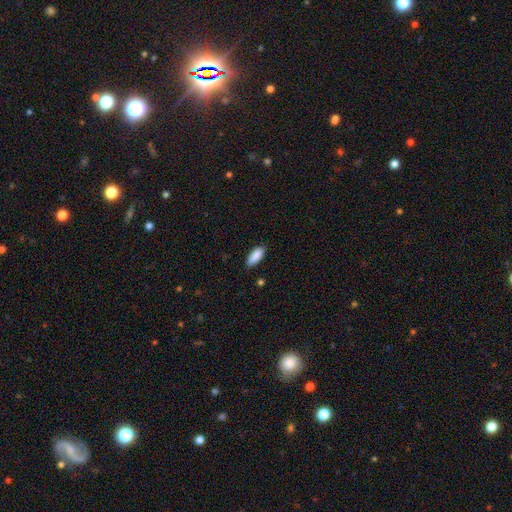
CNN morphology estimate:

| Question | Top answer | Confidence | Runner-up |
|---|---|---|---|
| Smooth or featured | smooth | 89% | star or artifact (6%) |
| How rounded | in between | 79% | cigar-shaped (19%) |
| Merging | none | 82% | minor disturbance (14%) |